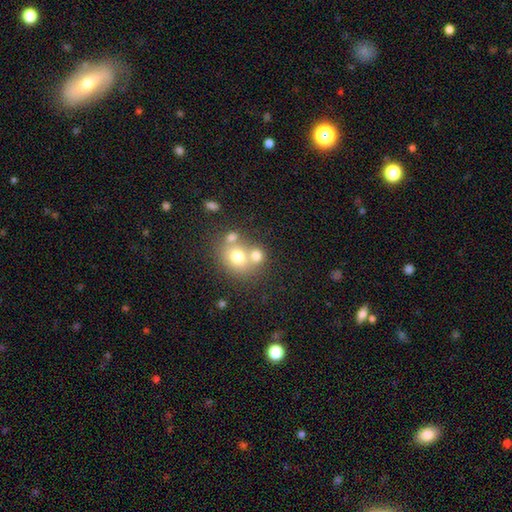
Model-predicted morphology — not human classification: A smooth galaxy with no disk features (71%) that is round (72%). Merging: merger (48%).